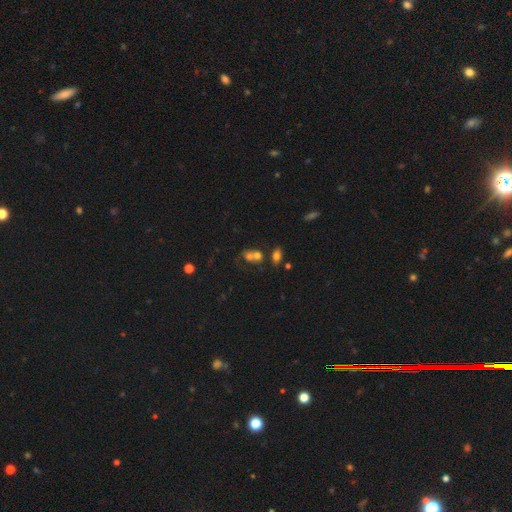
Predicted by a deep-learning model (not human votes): This is likely a smooth galaxy (64%). How rounded: likely in between (61%). Merging: possibly merger (54%).